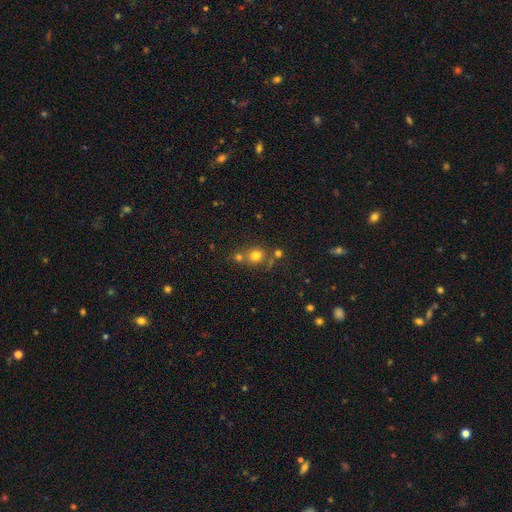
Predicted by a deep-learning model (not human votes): Overall: smooth (73%). How rounded: round (80%). Merging: none (56%; merger 30%).